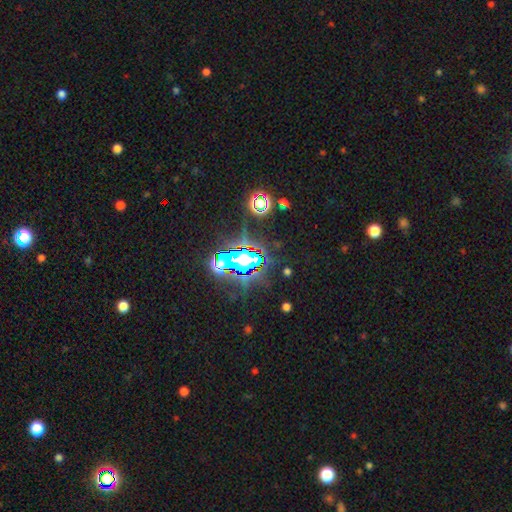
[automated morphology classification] Smooth or featured? Predicted: star or artifact (p=0.80).